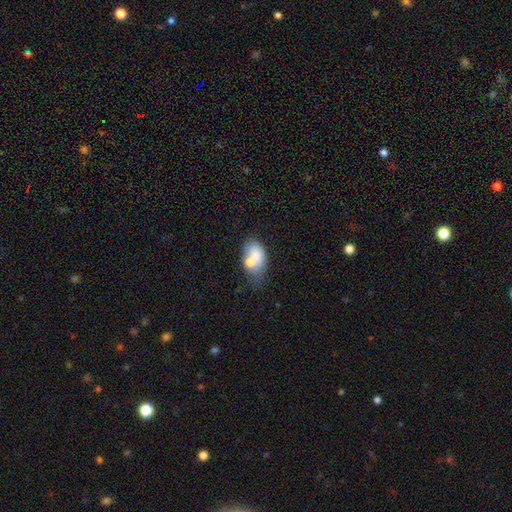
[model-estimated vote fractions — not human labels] A smooth galaxy with no disk features (68%) that is in between round and cigar-shaped (84%). Merging: merger (40%).